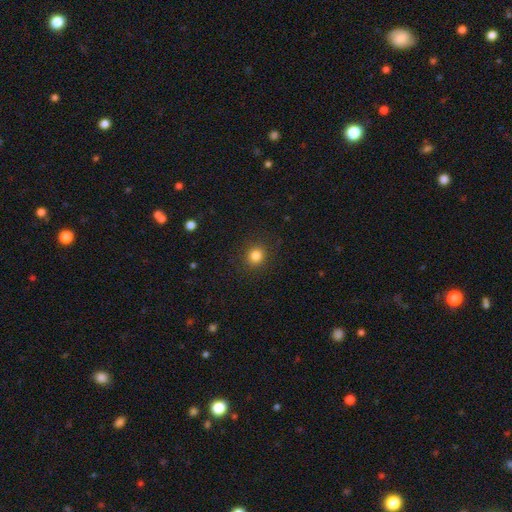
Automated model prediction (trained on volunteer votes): smooth_or_featured: smooth (p=0.83) [alt: star or artifact p=0.12]
how_rounded: round (p=0.85) [alt: in between p=0.14]
merging: none (p=0.89) [alt: minor disturbance p=0.07]